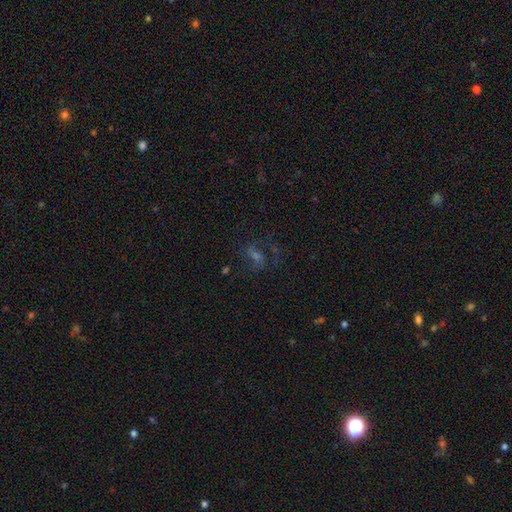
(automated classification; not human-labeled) Smooth or featured?
  - featured or disk: 53% *
  - star or artifact: 28%
  - smooth: 19%
Edge-on disk?
  - no: 95% *
  - yes: 5%
Bar?
  - weak: 44% *
  - no: 36%
  - strong: 20%
Spiral arms?
  - yes: 79% *
  - no: 21%
Bulge size?
  - small: 38% *
  - moderate: 32%
  - none: 20%
  - large: 7%
  - dominant: 2%
Merging?
  - none: 60% *
  - major disturbance: 21%
  - minor disturbance: 15%
  - merger: 3%